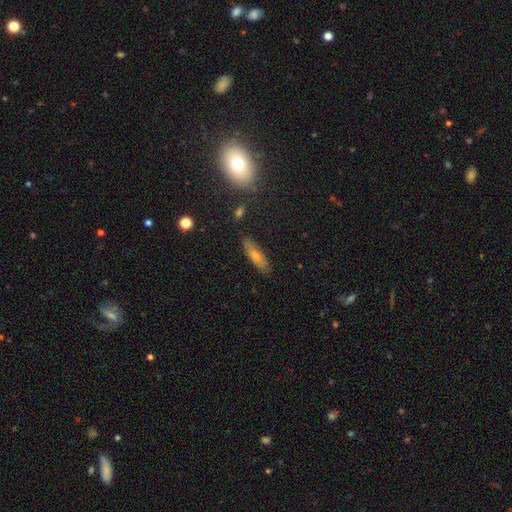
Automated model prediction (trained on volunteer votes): smooth-or-featured: smooth: 64% | featured or disk: 28% | star or artifact: 9%
  how-rounded: cigar-shaped: 59% | in between: 39% | round: 3%
  merging: none: 84% | minor disturbance: 12% | major disturbance: 2% | merger: 2%